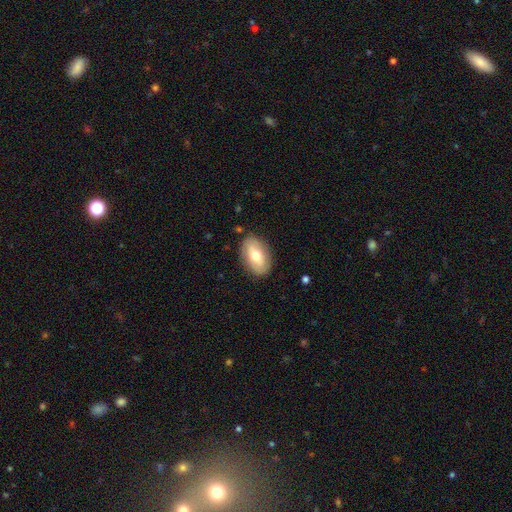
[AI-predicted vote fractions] A smooth galaxy with no disk features (65%) that is in between round and cigar-shaped (91%).

Vote fractions:
- Smooth or featured? smooth: 65% / featured or disk: 29% / star or artifact: 6%
- How rounded? in between: 91% / round: 7% / cigar-shaped: 2%
- Merging? none: 85% / minor disturbance: 11% / major disturbance: 3% / merger: 1%